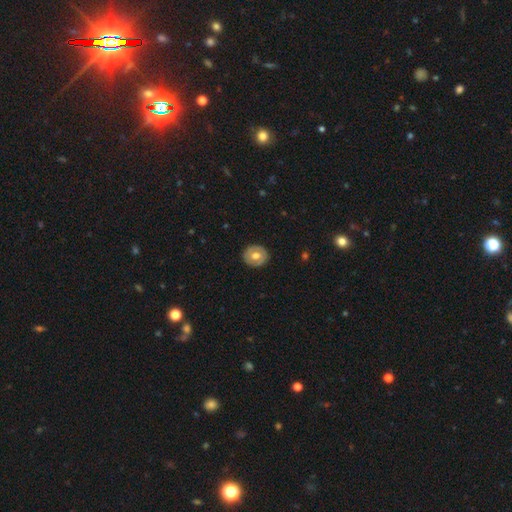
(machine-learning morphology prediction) Q: Smooth or featured?
A: smooth (54%); runner-up: featured or disk (40%)
Q: How rounded?
A: round (79%); runner-up: in between (20%)
Q: Merging?
A: none (87%); runner-up: minor disturbance (9%)